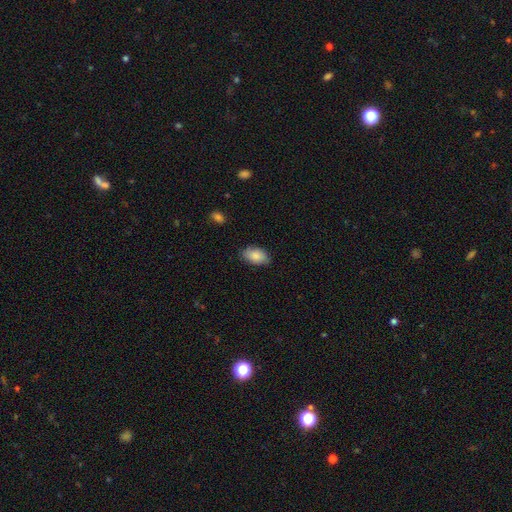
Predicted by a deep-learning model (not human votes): smooth 87%, featured or disk 7%, star or artifact 7%. Down the decision tree: how rounded — in between (93%); merging — none (83%).